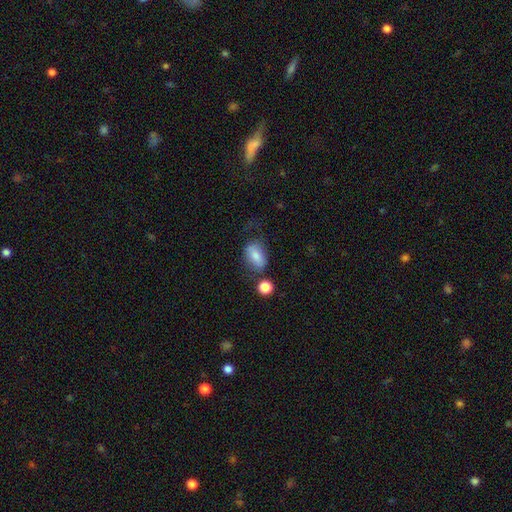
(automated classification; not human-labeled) Q: Smooth or featured?
A: smooth (77%); runner-up: featured or disk (14%)
Q: How rounded?
A: in between (83%); runner-up: round (15%)
Q: Merging?
A: none (52%); runner-up: minor disturbance (23%)